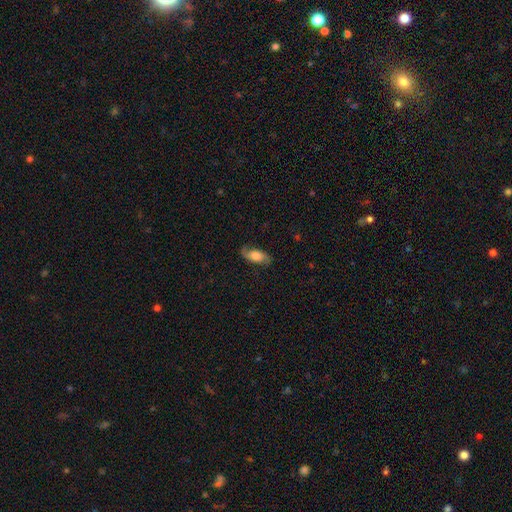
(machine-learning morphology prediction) smooth-or-featured: featured or disk: 53% | smooth: 40% | star or artifact: 7%
  disk-edge-on: no: 88% | yes: 12%
  merging: none: 77% | minor disturbance: 16% | major disturbance: 5% | merger: 1%